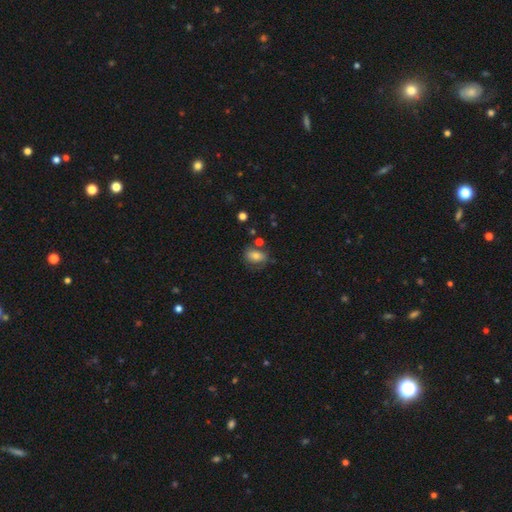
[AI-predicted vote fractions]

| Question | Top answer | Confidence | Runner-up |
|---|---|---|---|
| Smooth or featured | smooth | 69% | featured or disk (21%) |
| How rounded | in between | 73% | round (25%) |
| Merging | none | 56% | minor disturbance (25%) |